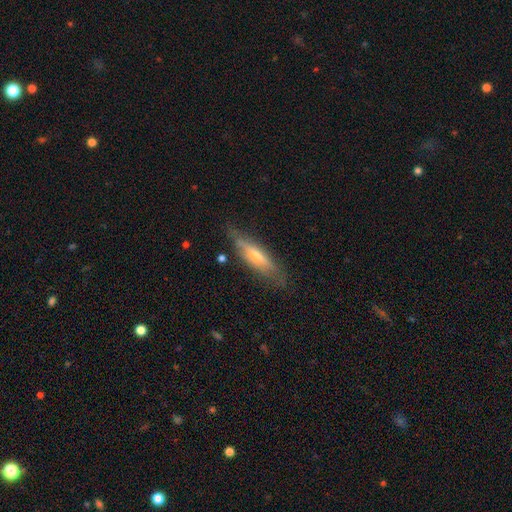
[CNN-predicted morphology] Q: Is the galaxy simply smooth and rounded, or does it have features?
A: featured or disk — 53%.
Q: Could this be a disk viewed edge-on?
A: yes — 81%.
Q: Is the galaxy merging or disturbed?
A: none — 75%.